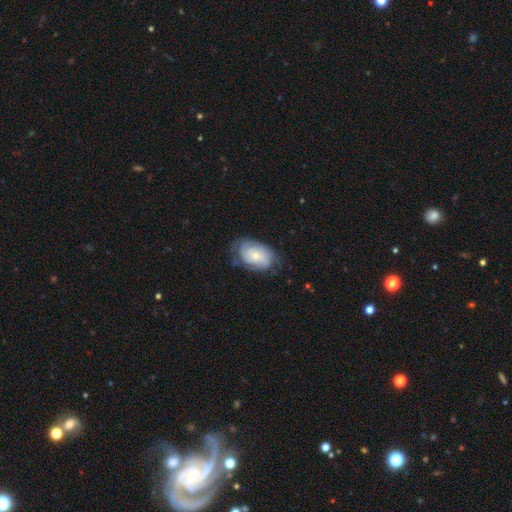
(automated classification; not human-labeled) A featured or disk galaxy (50%).

Vote fractions:
- Smooth or featured? featured or disk: 50% / smooth: 43% / star or artifact: 7%
- Merging? none: 63% / minor disturbance: 26% / major disturbance: 10% / merger: 1%